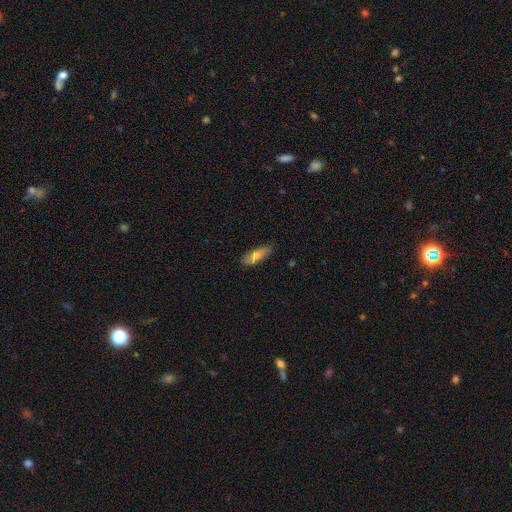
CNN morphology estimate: smooth_or_featured: smooth (p=0.73) [alt: featured or disk p=0.21]
how_rounded: in between (p=0.66) [alt: cigar-shaped p=0.32]
merging: none (p=0.81) [alt: minor disturbance p=0.15]